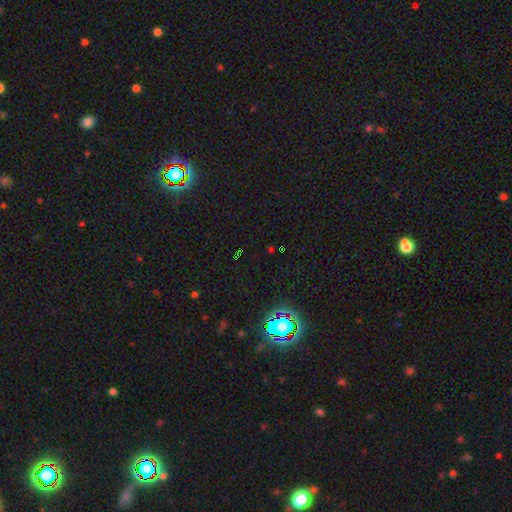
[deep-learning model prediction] Morphology: type=star or artifact (75%).